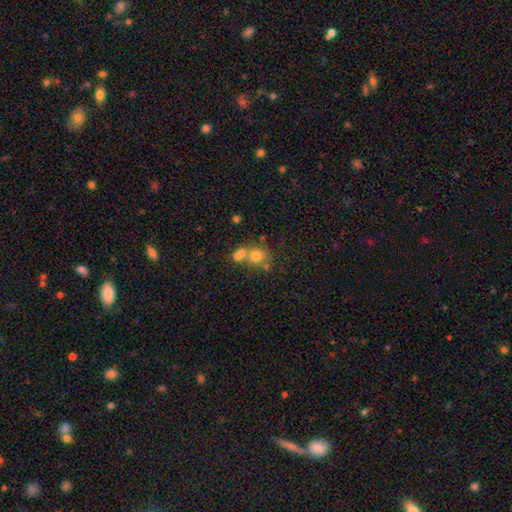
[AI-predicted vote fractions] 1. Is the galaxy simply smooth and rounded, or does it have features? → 70% smooth, 16% featured or disk, 14% star or artifact.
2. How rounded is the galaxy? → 80% round, 19% in between, 1% cigar-shaped.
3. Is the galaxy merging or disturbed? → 49% merger, 40% none, 7% minor disturbance, 4% major disturbance.